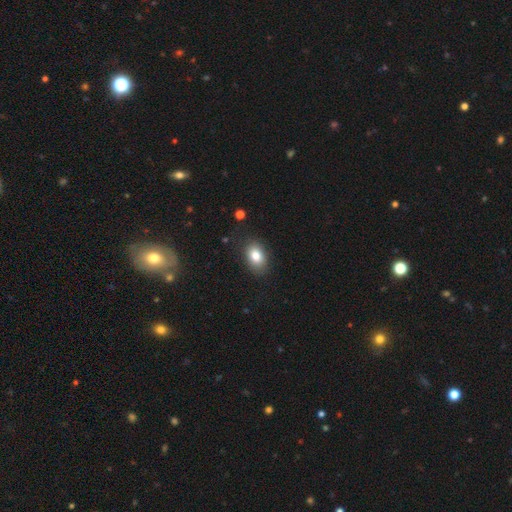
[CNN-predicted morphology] Overall: smooth (81%). How rounded: in between (84%). Merging: none (83%).